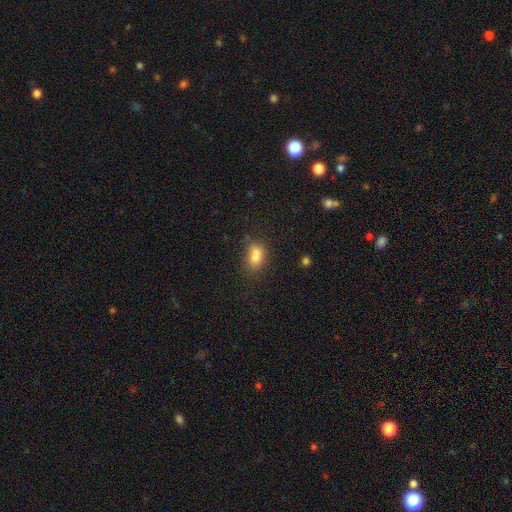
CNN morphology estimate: Overall: smooth (80%). How rounded: in between (83%). Merging: none (58%; minor disturbance 23%).